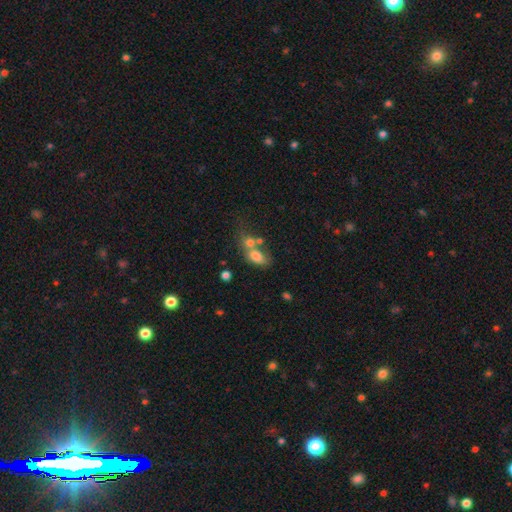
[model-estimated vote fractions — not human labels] Smooth or featured?
  - smooth: 74% *
  - featured or disk: 16%
  - star or artifact: 11%
How rounded?
  - in between: 80% *
  - round: 16%
  - cigar-shaped: 4%
Merging?
  - merger: 53% *
  - none: 26%
  - minor disturbance: 12%
  - major disturbance: 10%